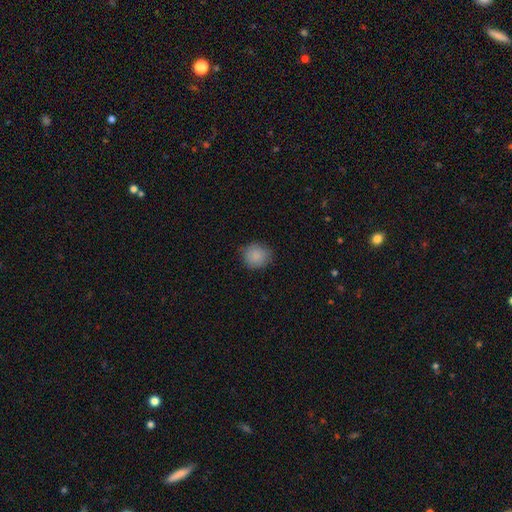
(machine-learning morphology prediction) Smooth or featured? smooth (87%)
How rounded? round (85%)
Merging? none (81%)